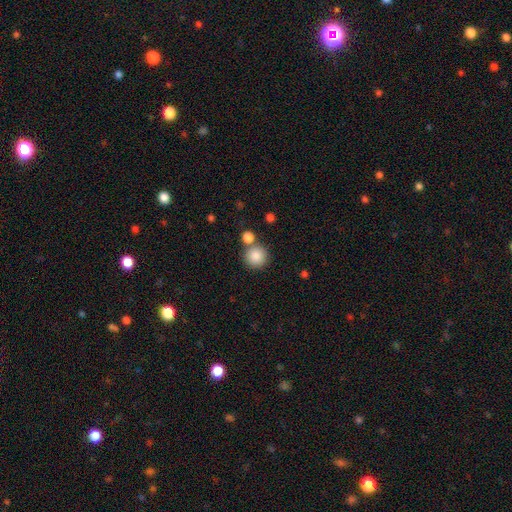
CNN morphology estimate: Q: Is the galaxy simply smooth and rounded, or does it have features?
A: smooth — 85%.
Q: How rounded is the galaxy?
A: round — 94%.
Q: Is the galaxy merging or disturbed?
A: none — 72%.